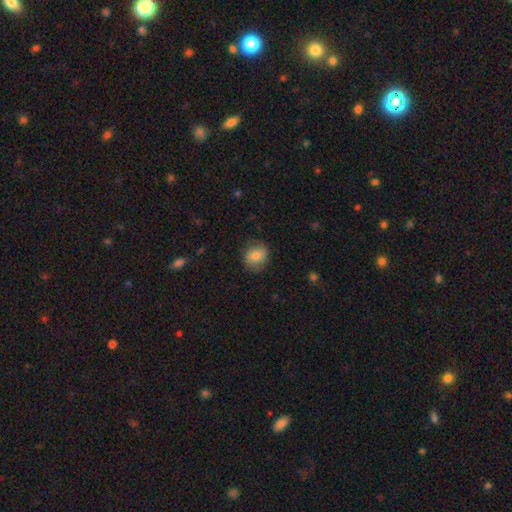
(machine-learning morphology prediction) The model was most divided on "how rounded": round: 69%, in between: 30%, cigar-shaped: 1%. More confident: merging — none (77%); smooth or featured — smooth (75%).